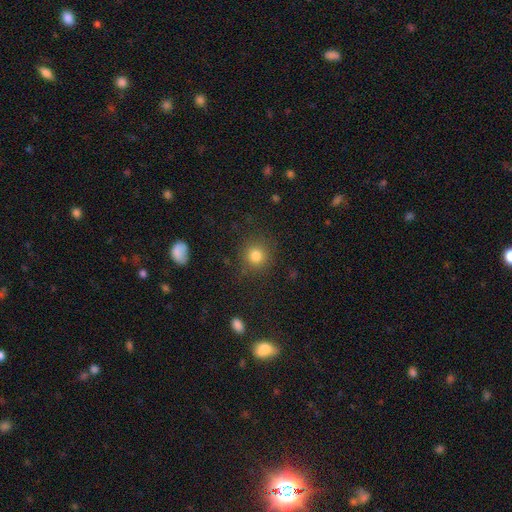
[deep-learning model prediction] smooth 81%, star or artifact 13%, featured or disk 6%. Down the decision tree: how rounded — round (91%); merging — none (86%).